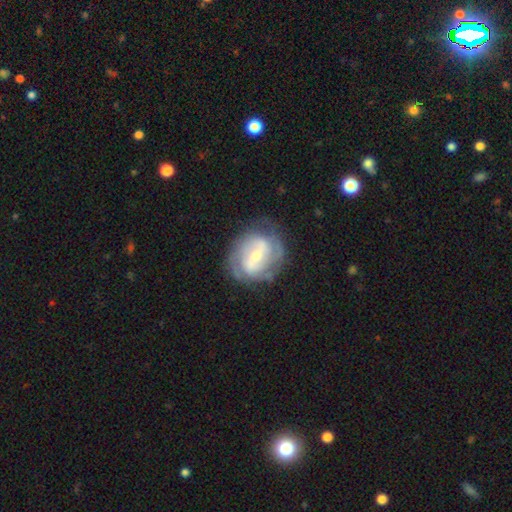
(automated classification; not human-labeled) smooth-or-featured: featured or disk: 80% | smooth: 15% | star or artifact: 6%
  disk-edge-on: no: 97% | yes: 3%
    bar: weak: 45% | strong: 30% | no: 26%
    has-spiral-arms: yes: 88% | no: 12%
      spiral-winding: tight: 54% | medium: 35% | loose: 12%
      spiral-arm-count: 2: 50% | can't tell: 25% | 3: 14% | 4: 4% | 1: 4% | more than 4: 3%
    bulge-size: moderate: 51% | small: 44% | large: 3% | none: 1% | dominant: 1%
  merging: none: 72% | minor disturbance: 18% | major disturbance: 8% | merger: 2%